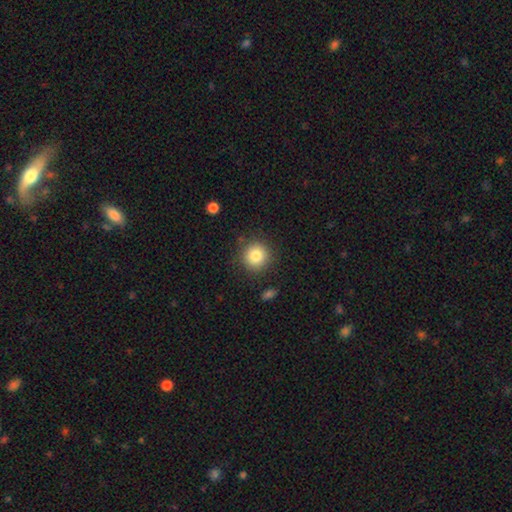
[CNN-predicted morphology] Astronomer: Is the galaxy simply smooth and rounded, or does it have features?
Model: smooth — 83%.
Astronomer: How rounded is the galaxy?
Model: round — 93%.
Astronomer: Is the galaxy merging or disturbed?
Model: none — 87%.